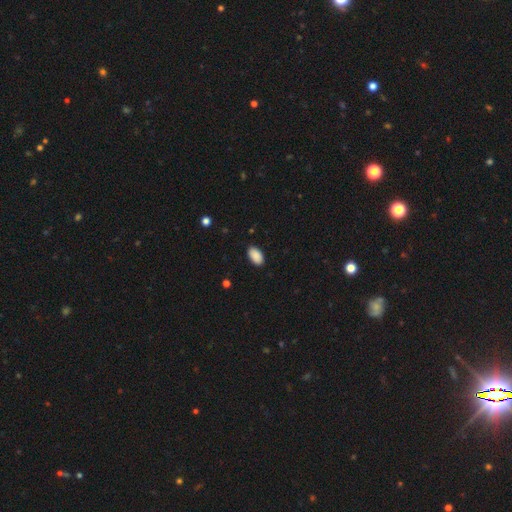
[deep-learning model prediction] Overall: smooth (89%). How rounded: in between (95%). Merging: none (88%).